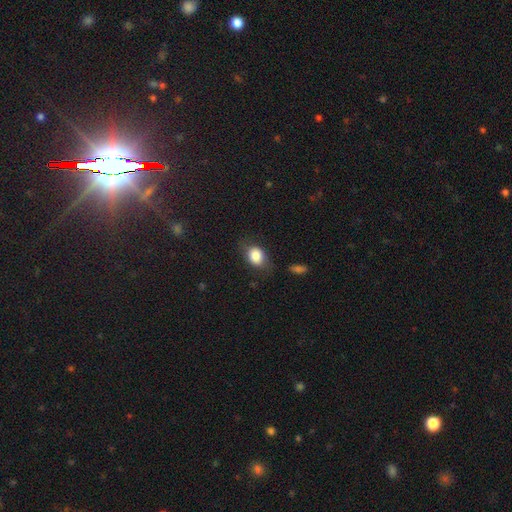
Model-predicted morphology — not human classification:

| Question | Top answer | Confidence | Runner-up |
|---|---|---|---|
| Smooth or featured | smooth | 82% | featured or disk (10%) |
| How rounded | in between | 68% | round (30%) |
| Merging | none | 71% | minor disturbance (20%) |